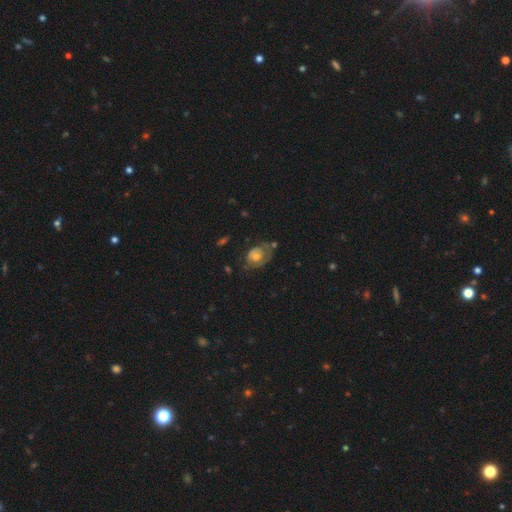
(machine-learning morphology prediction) smooth-or-featured: featured or disk: 50% | smooth: 41% | star or artifact: 9%
  disk-edge-on: no: 96% | yes: 4%
  merging: none: 42% | minor disturbance: 30% | major disturbance: 22% | merger: 6%